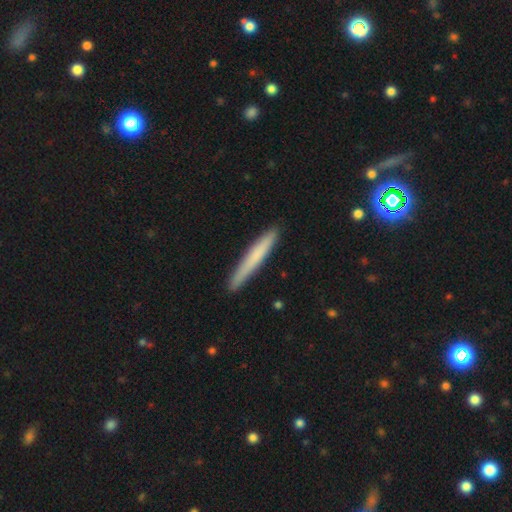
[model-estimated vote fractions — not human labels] Smooth or featured?
  - smooth: 69% *
  - featured or disk: 25%
  - star or artifact: 6%
How rounded?
  - cigar-shaped: 96% *
  - in between: 2%
  - round: 1%
Merging?
  - none: 90% *
  - minor disturbance: 8%
  - major disturbance: 1%
  - merger: 1%